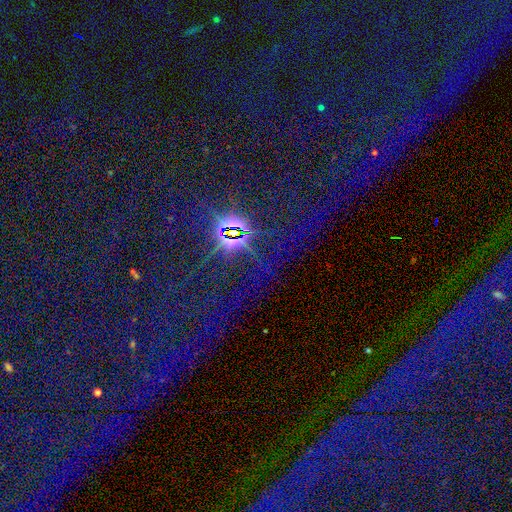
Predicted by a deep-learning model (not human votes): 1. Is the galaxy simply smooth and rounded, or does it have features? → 79% star or artifact, 13% smooth, 8% featured or disk.